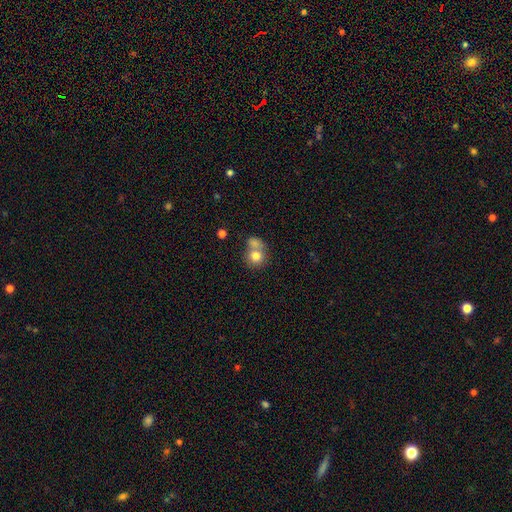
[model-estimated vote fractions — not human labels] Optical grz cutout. It shows a smooth galaxy with no disk features (78%) that is round (82%). Merging: merger (50%).